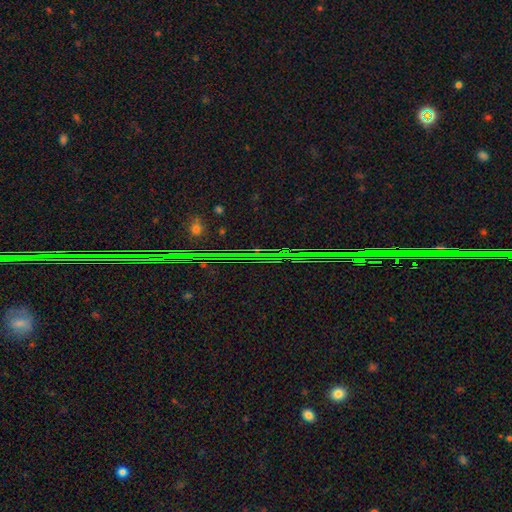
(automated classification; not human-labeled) star or artifact 85%, featured or disk 8%, smooth 7%.